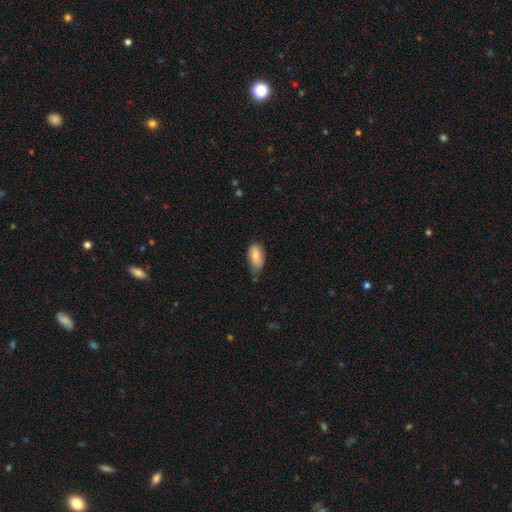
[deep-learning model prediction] This is clearly a smooth galaxy (82%). How rounded: clearly in between (92%). Merging: possibly none (51%).